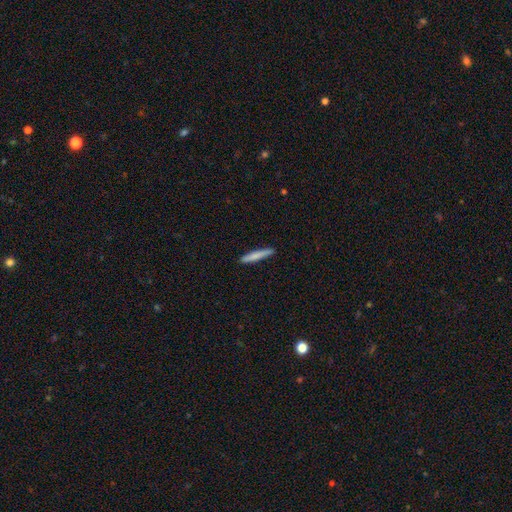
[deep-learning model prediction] A smooth galaxy with no disk features (78%) that is cigar-shaped (94%). Merging: none (89%).